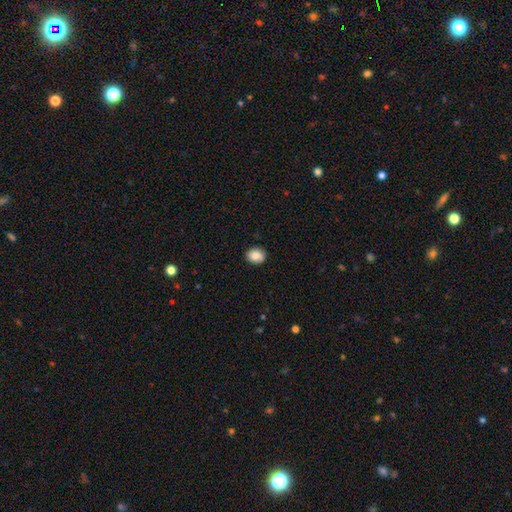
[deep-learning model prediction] Smooth or featured?
  - smooth: 86% *
  - star or artifact: 8%
  - featured or disk: 6%
How rounded?
  - round: 62% *
  - in between: 37%
  - cigar-shaped: 1%
Merging?
  - none: 89% *
  - minor disturbance: 8%
  - major disturbance: 2%
  - merger: 1%